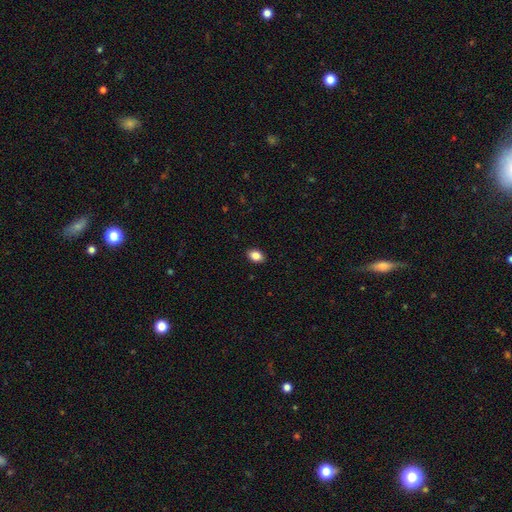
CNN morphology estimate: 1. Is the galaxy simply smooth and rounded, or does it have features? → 86% smooth, 9% star or artifact, 5% featured or disk.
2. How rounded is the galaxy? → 81% in between, 18% round, 1% cigar-shaped.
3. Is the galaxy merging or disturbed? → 90% none, 7% minor disturbance, 2% major disturbance, 1% merger.